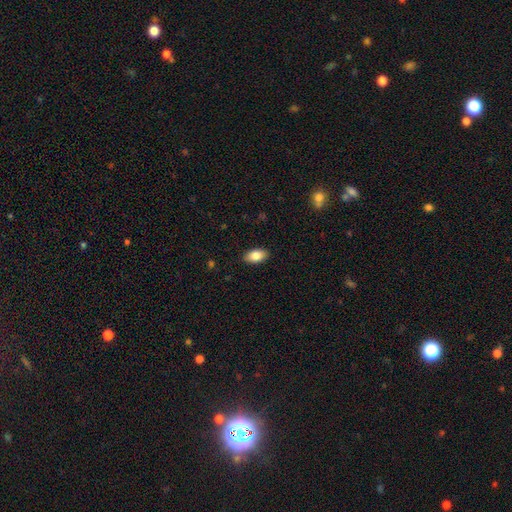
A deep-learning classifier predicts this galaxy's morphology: The model was most divided on "smooth or featured": smooth: 85%, featured or disk: 7%, star or artifact: 7%. More confident: how rounded — in between (93%); merging — none (89%).